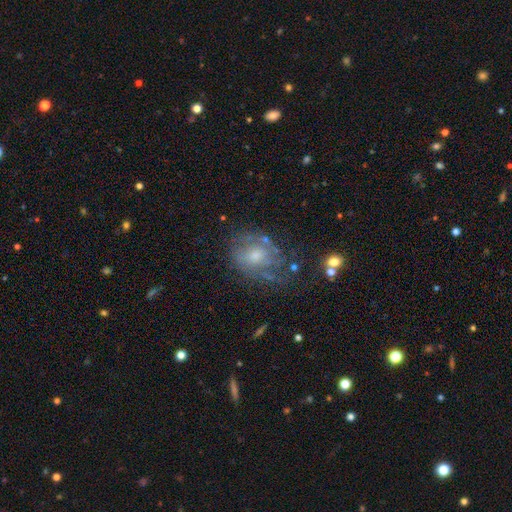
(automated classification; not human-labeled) A featured or disk galaxy (60%) with no bar (77%), spiral arms (61%) and a moderate central bulge (48%).

Vote fractions:
- Smooth or featured? featured or disk: 60% / smooth: 30% / star or artifact: 10%
- Edge-on disk? no: 96% / yes: 4%
- Bar? no: 77% / weak: 20% / strong: 3%
- Spiral arms? yes: 61% / no: 39%
- Bulge size? moderate: 48% / small: 40% / large: 5% / none: 5% / dominant: 1%
- Merging? none: 50% / minor disturbance: 25% / major disturbance: 21% / merger: 4%